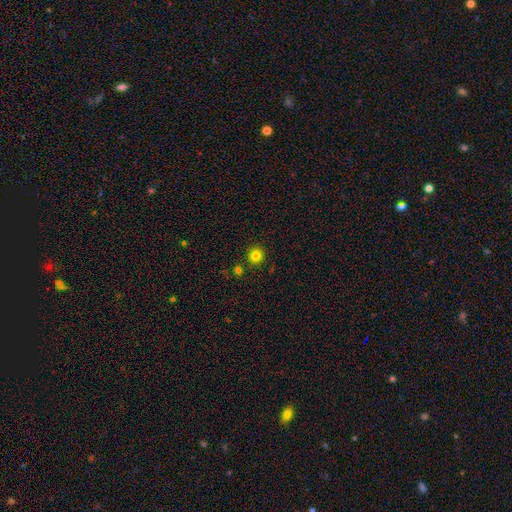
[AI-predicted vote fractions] The model was most divided on "smooth or featured": smooth: 80%, star or artifact: 14%, featured or disk: 5%. More confident: how rounded — round (93%); merging — none (87%).